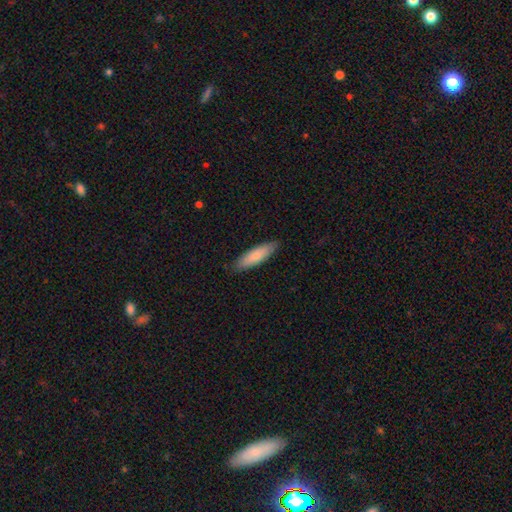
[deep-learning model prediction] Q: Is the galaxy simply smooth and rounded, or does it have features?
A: smooth — 78%.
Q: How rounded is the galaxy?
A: cigar-shaped — 58%.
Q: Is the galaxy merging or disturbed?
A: none — 87%.